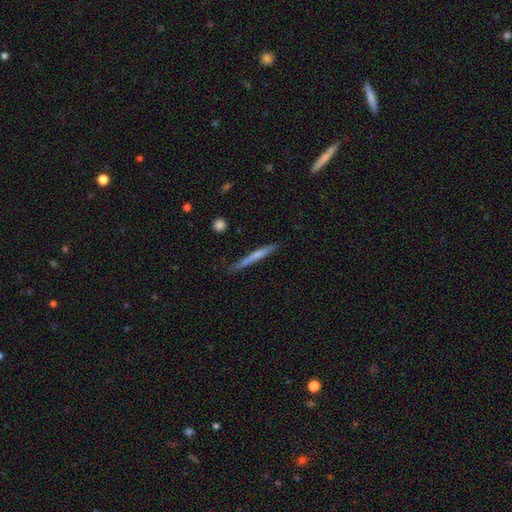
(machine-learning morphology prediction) A featured or disk galaxy (47%, tied with smooth).

Vote fractions:
- Smooth or featured? featured or disk: 47% (tied) / smooth: 47% (tied) / star or artifact: 6%
- Merging? none: 81% / minor disturbance: 14% / major disturbance: 3% / merger: 2%